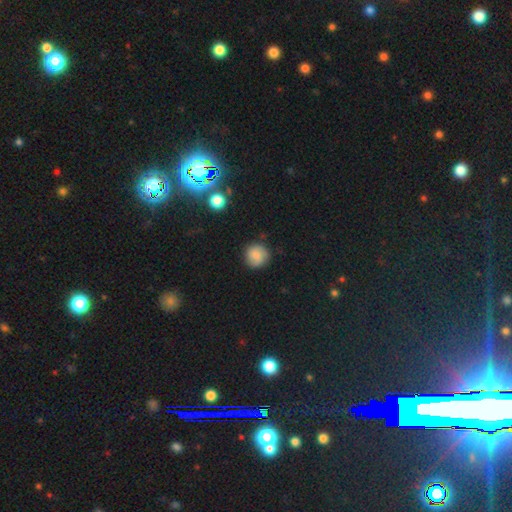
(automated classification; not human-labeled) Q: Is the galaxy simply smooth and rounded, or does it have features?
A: smooth — 72%.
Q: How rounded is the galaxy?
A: round — 92%.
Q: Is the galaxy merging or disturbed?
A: none — 83%.